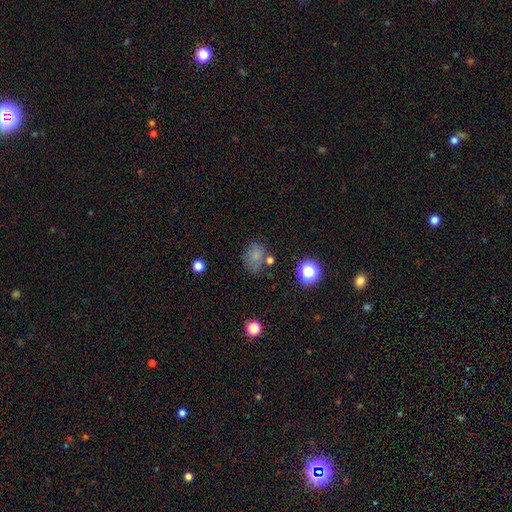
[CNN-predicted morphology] smooth-or-featured: smooth: 72% | star or artifact: 17% | featured or disk: 11%
  how-rounded: in between: 58% | round: 41% | cigar-shaped: 1%
  merging: none: 61% | minor disturbance: 21% | merger: 9% | major disturbance: 9%